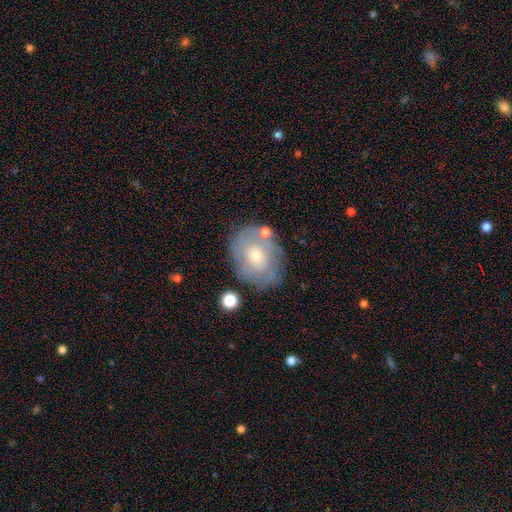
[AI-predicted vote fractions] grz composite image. It shows a smooth galaxy with no disk features (46%, tied with featured or disk). Merging: none (71%).